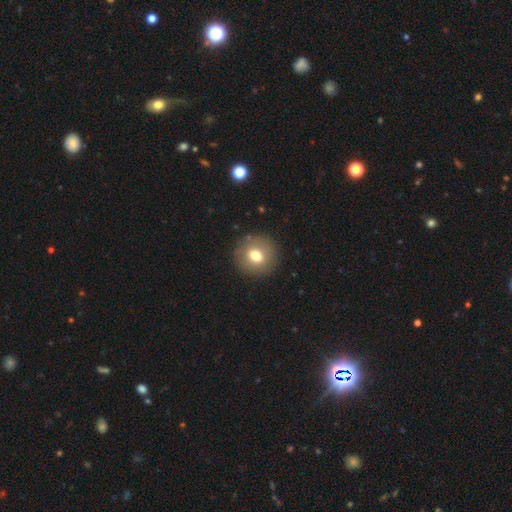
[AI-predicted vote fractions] smooth_or_featured: smooth (p=0.73) [alt: featured or disk p=0.17]
how_rounded: round (p=0.91) [alt: in between p=0.08]
merging: none (p=0.89) [alt: minor disturbance p=0.07]